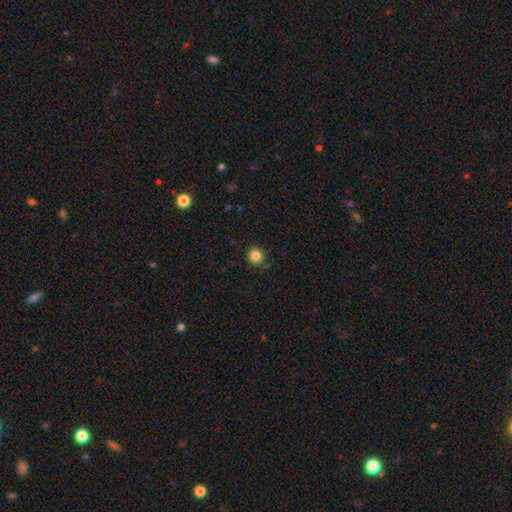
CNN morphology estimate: smooth-or-featured: smooth: 84% | star or artifact: 12% | featured or disk: 4%
  how-rounded: round: 94% | in between: 5% | cigar-shaped: 1%
  merging: none: 88% | minor disturbance: 9% | major disturbance: 2% | merger: 2%